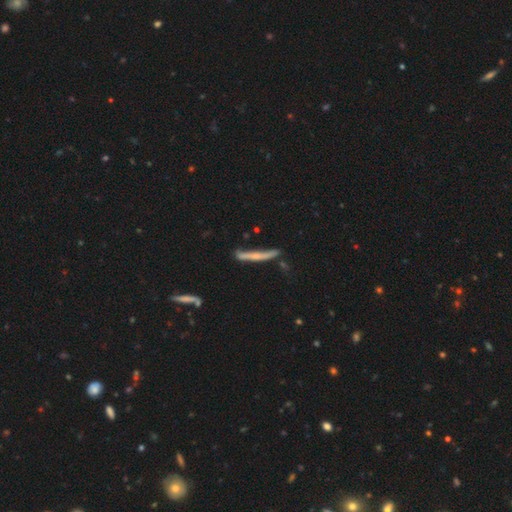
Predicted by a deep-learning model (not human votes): Q: Smooth or featured?
A: smooth (49%); runner-up: featured or disk (44%)
Q: Merging?
A: none (64%); runner-up: minor disturbance (23%)